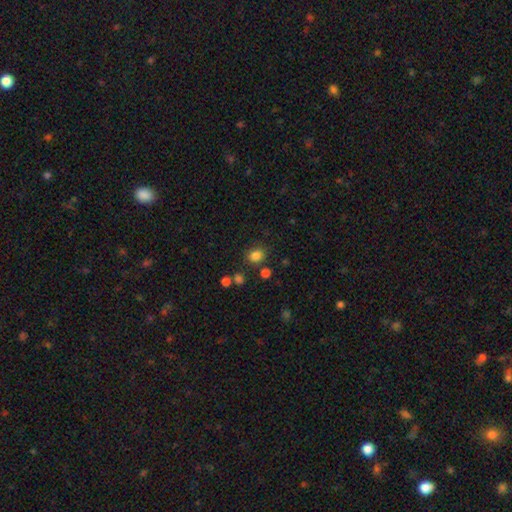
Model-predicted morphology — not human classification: smooth 82%, star or artifact 13%, featured or disk 5%. Down the decision tree: how rounded — round (51%); merging — none (78%).